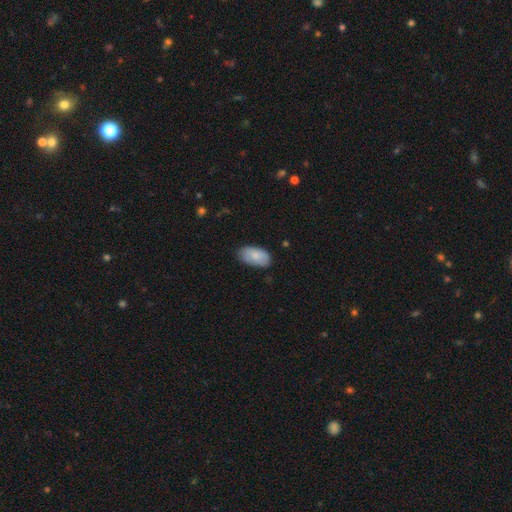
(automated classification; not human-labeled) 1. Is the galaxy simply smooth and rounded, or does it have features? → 81% smooth, 13% featured or disk, 6% star or artifact.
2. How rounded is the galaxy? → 95% in between, 4% round, 2% cigar-shaped.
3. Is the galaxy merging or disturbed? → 72% none, 23% minor disturbance, 4% major disturbance, 1% merger.